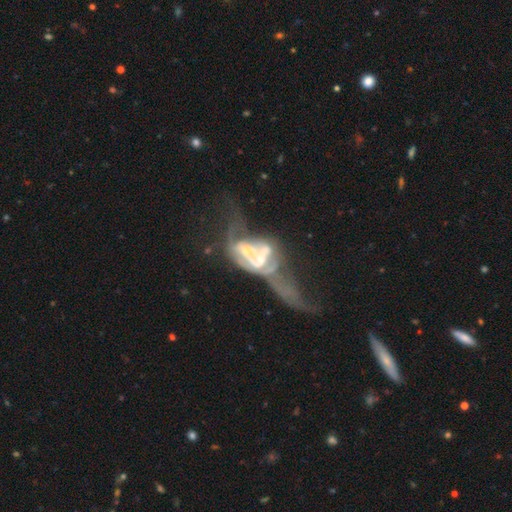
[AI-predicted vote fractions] This appears to be a featured or disk galaxy (72%) with no bar (65%), no spiral arms (61%) and a moderate central bulge (40%). Merging: merger (61%).